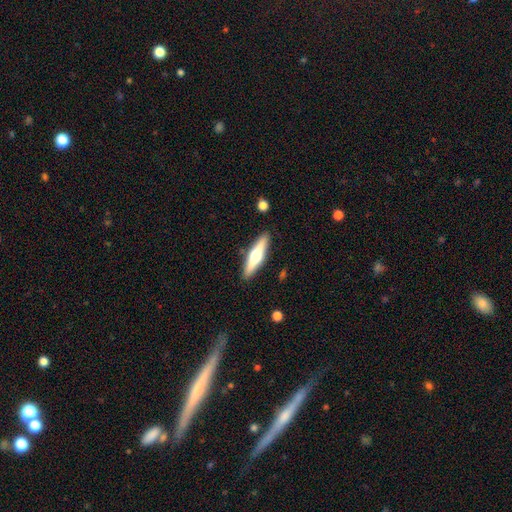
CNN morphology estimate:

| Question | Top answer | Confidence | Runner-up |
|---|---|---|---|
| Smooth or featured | featured or disk | 57% | smooth (37%) |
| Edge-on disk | yes | 96% | no (4%) |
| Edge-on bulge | rounded | 94% | boxy (4%) |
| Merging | none | 90% | minor disturbance (7%) |